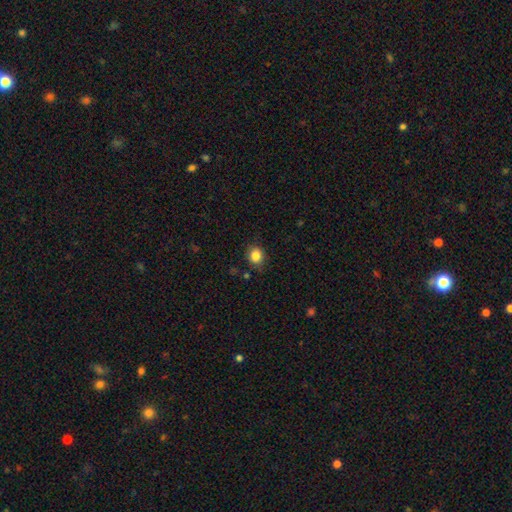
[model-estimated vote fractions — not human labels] smooth-or-featured: smooth: 85% | star or artifact: 10% | featured or disk: 5%
  how-rounded: round: 74% | in between: 25% | cigar-shaped: 1%
  merging: none: 85% | minor disturbance: 11% | major disturbance: 3% | merger: 2%